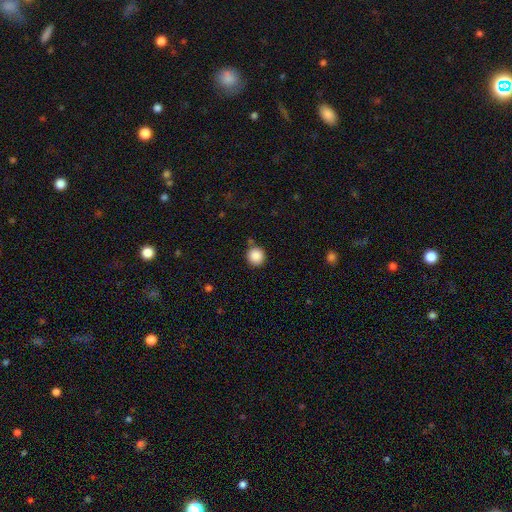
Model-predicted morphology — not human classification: A smooth galaxy with no disk features (88%) that is round (92%). Merging: none (83%).